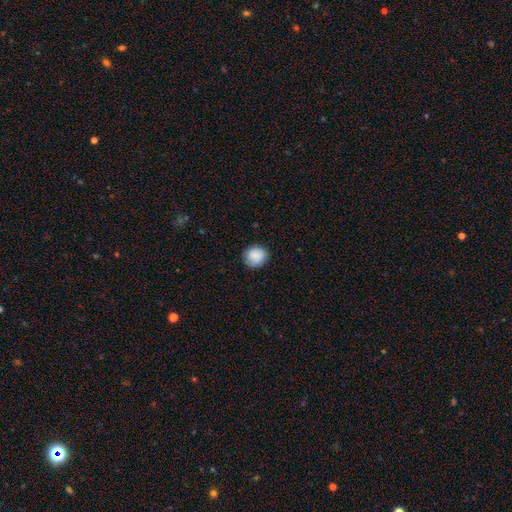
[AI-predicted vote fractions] Q: Smooth or featured?
A: smooth (87%); runner-up: star or artifact (8%)
Q: How rounded?
A: round (87%); runner-up: in between (12%)
Q: Merging?
A: none (83%); runner-up: minor disturbance (13%)